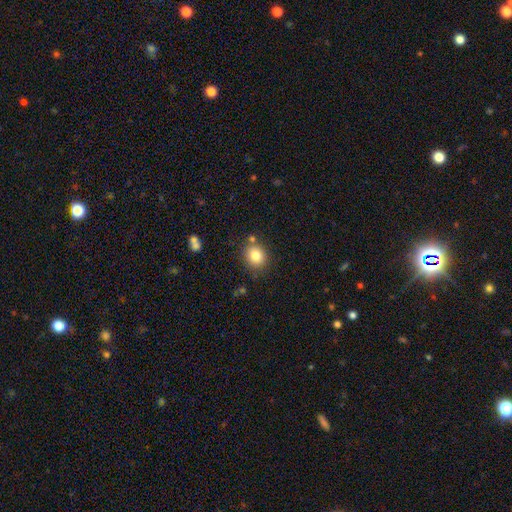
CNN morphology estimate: The model was most divided on "how rounded": round: 72%, in between: 27%, cigar-shaped: 1%. More confident: smooth or featured — smooth (81%); merging — none (79%).